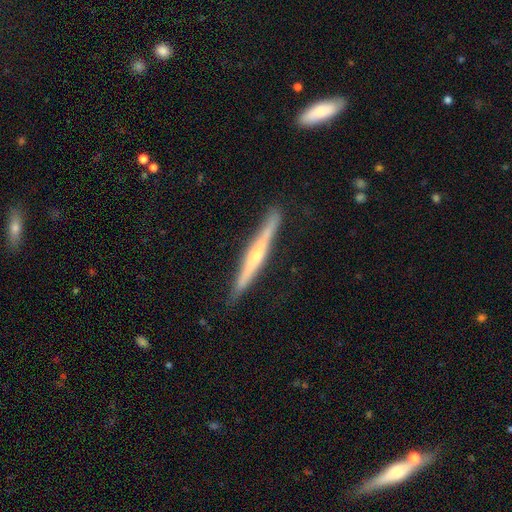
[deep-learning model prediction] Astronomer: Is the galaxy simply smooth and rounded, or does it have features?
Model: featured or disk — 70%.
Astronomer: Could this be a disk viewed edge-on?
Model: yes — 97%.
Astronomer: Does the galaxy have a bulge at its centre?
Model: rounded — 73%.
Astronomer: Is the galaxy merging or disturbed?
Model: none — 88%.